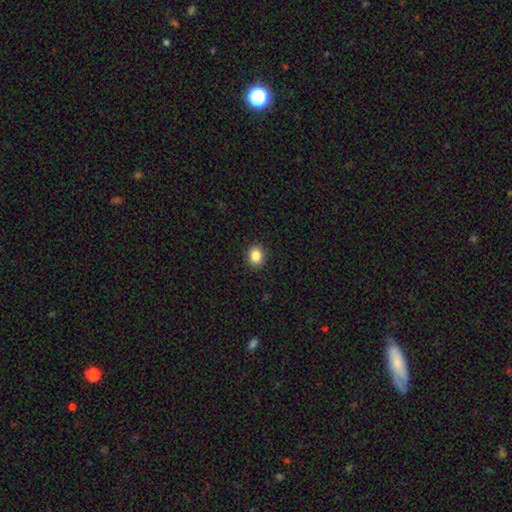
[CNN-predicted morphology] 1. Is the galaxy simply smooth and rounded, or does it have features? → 85% smooth, 10% star or artifact, 5% featured or disk.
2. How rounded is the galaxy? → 63% round, 36% in between, 1% cigar-shaped.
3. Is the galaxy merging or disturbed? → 91% none, 6% minor disturbance, 2% major disturbance, 1% merger.